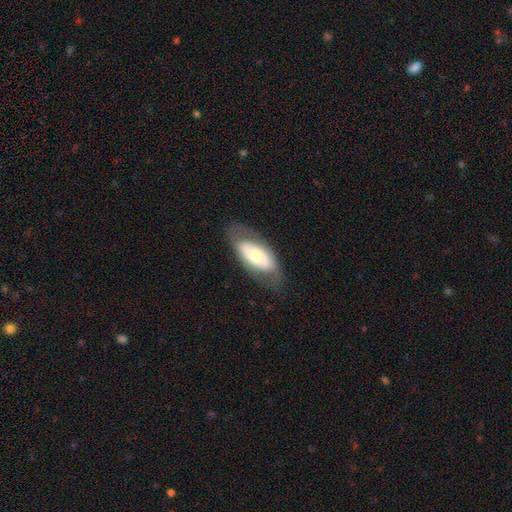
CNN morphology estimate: smooth-or-featured: featured or disk: 47% | smooth: 46% | star or artifact: 7%
  merging: none: 74% | minor disturbance: 17% | major disturbance: 8% | merger: 1%